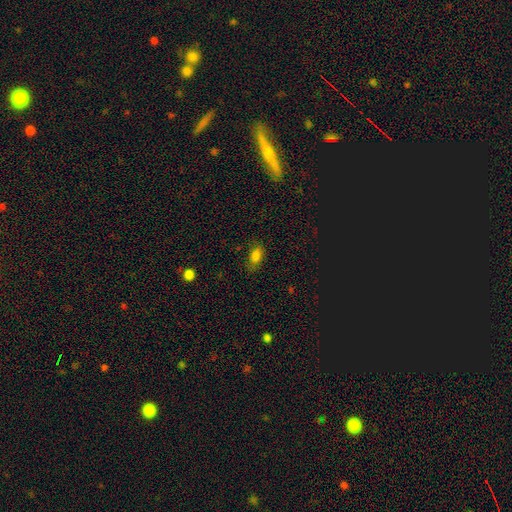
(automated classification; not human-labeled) smooth_or_featured: smooth (p=0.80) [alt: star or artifact p=0.13]
how_rounded: in between (p=0.86) [alt: round p=0.09]
merging: none (p=0.76) [alt: minor disturbance p=0.18]